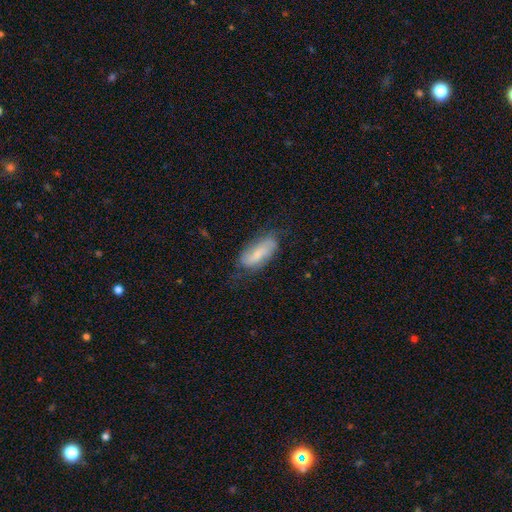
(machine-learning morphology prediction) type=smooth (47%); merging=none (63%).